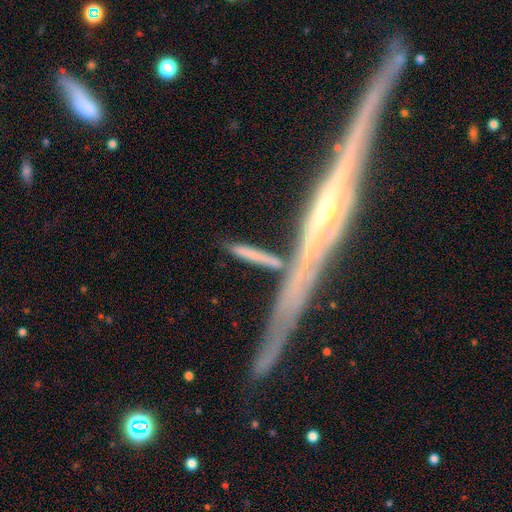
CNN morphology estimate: Smooth or featured? Predicted: featured or disk (p=0.55). Edge-on disk? Predicted: yes (p=0.86). Merging? Predicted: none (p=0.63).